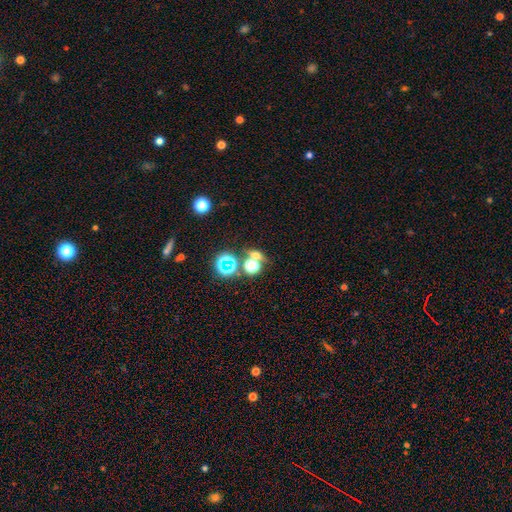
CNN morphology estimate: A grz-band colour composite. It shows a smooth galaxy with no disk features (46%). Merging: none (63%).